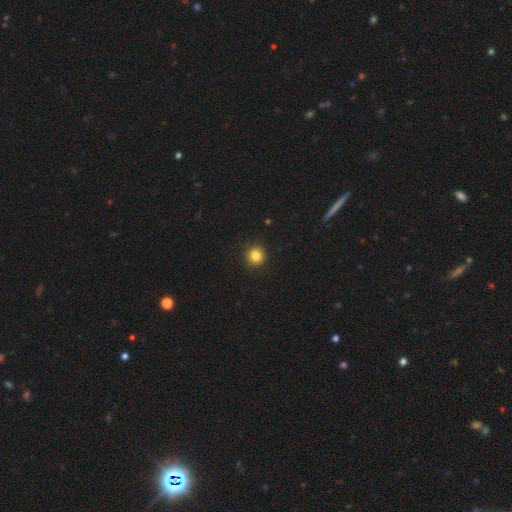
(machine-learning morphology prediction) The model was most divided on "smooth or featured": smooth: 84%, star or artifact: 11%, featured or disk: 5%. More confident: how rounded — round (93%); merging — none (92%).